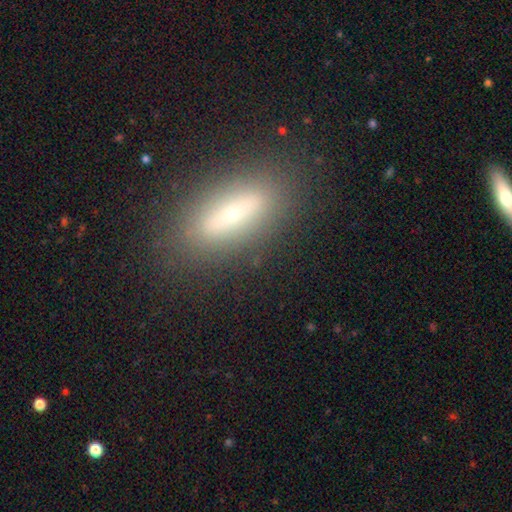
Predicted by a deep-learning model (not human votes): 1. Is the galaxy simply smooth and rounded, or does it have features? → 52% smooth, 36% featured or disk, 12% star or artifact.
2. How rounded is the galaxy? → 52% cigar-shaped, 45% in between, 3% round.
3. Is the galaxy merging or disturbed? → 85% none, 10% minor disturbance, 3% major disturbance, 2% merger.